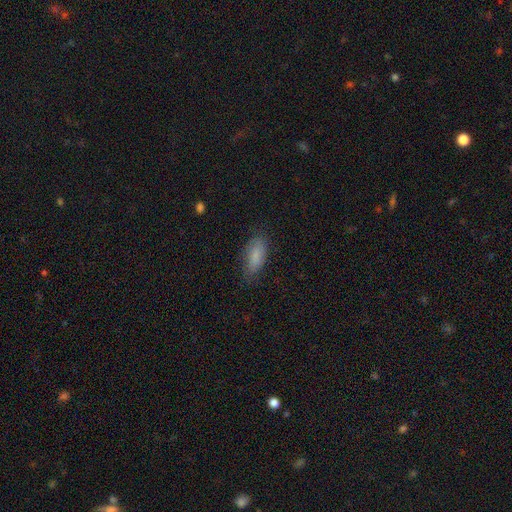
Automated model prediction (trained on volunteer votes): Q: Smooth or featured?
A: smooth (82%); runner-up: featured or disk (11%)
Q: How rounded?
A: in between (81%); runner-up: cigar-shaped (17%)
Q: Merging?
A: none (73%); runner-up: minor disturbance (20%)